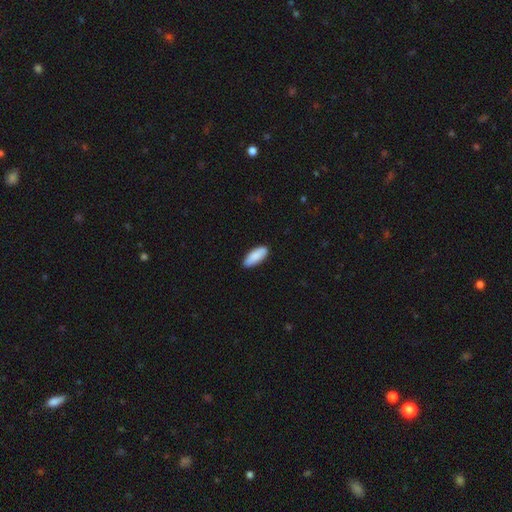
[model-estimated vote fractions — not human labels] Smooth or featured? smooth (89%)
How rounded? in between (78%)
Merging? none (87%)